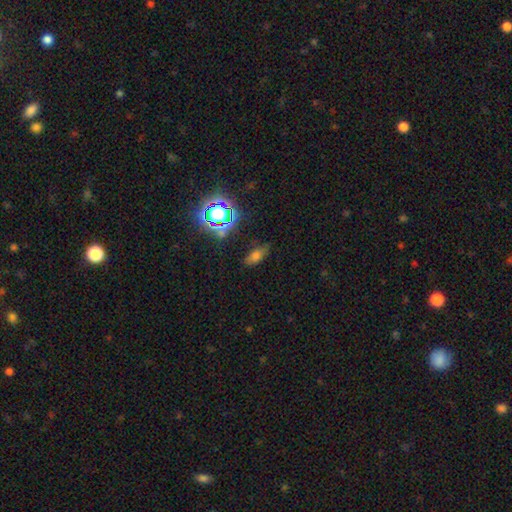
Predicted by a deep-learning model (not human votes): Smooth or featured: smooth — 62% (star or artifact — 24%)
How rounded: in between — 80% (cigar-shaped — 13%)
Merging: none — 75% (minor disturbance — 18%)